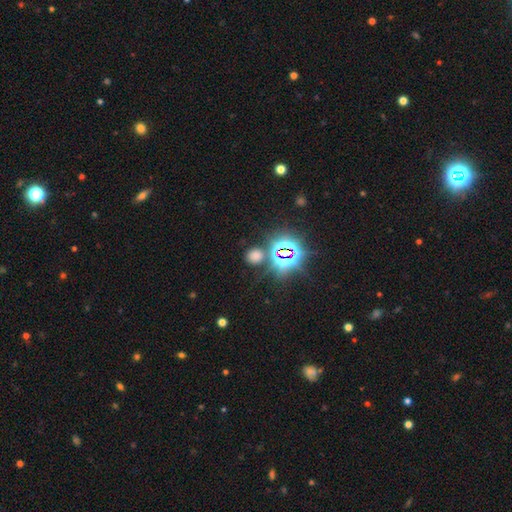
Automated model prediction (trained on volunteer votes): smooth-or-featured: smooth: 50% | star or artifact: 44% | featured or disk: 6%
  merging: none: 79% | minor disturbance: 10% | merger: 7% | major disturbance: 5%